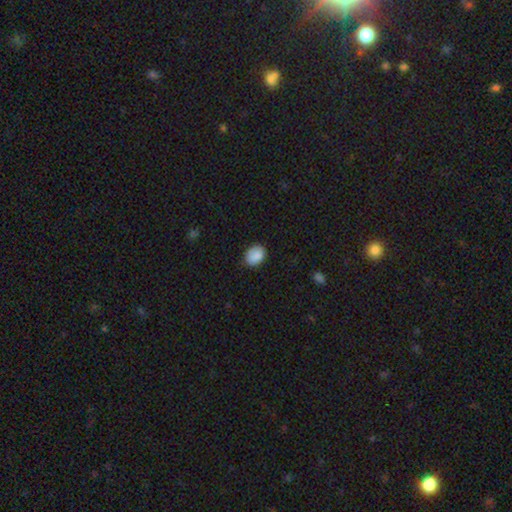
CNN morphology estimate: smooth-or-featured: smooth: 87% | star or artifact: 7% | featured or disk: 6%
  how-rounded: in between: 67% | round: 32% | cigar-shaped: 1%
  merging: none: 77% | minor disturbance: 19% | major disturbance: 3% | merger: 1%